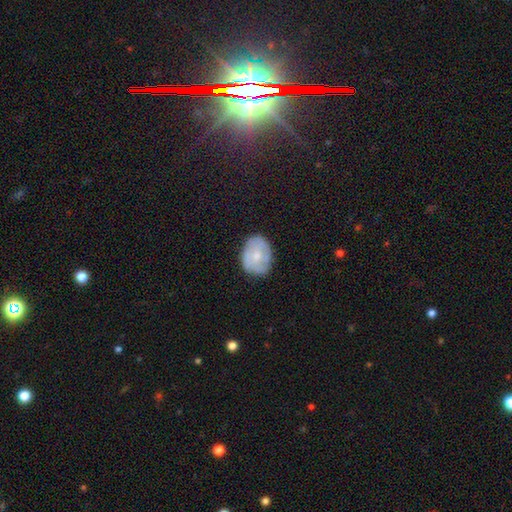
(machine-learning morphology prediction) This is possibly a smooth galaxy (52%). How rounded: likely in between (63%). Merging: likely none (74%).